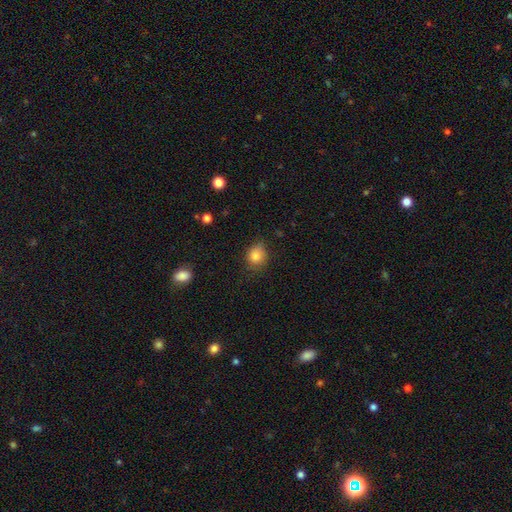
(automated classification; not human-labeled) This is clearly a smooth galaxy (83%). How rounded: likely round (63%). Merging: likely none (69%).